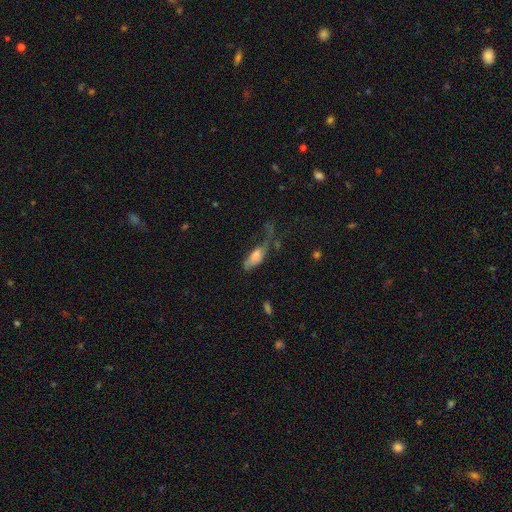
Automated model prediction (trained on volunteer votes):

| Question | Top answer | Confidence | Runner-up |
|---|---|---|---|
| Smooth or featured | smooth | 62% | featured or disk (28%) |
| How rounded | in between | 80% | cigar-shaped (17%) |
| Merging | major disturbance | 44% | none (25%) |